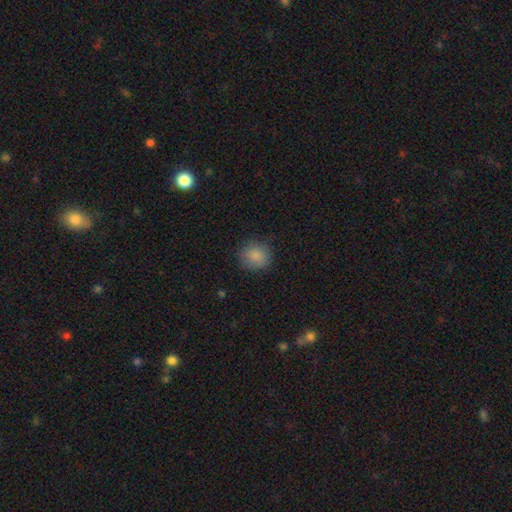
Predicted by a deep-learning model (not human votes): A smooth galaxy with no disk features (86%) that is round (89%). Merging: none (84%).